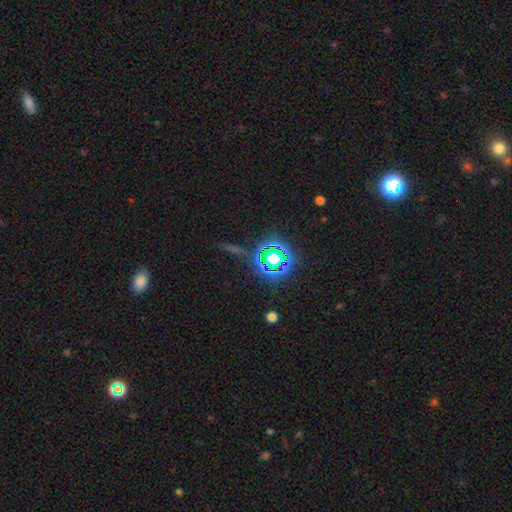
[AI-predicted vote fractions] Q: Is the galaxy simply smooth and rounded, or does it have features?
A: star or artifact — 73%.